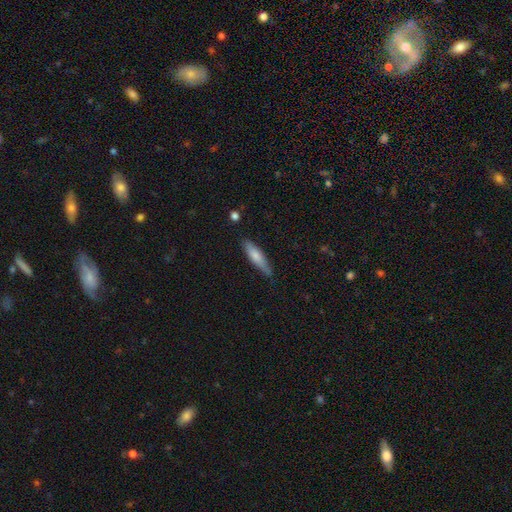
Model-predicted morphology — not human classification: The model was most divided on "smooth or featured": smooth: 71%, featured or disk: 23%, star or artifact: 6%. More confident: how rounded — cigar-shaped (75%); merging — none (74%).